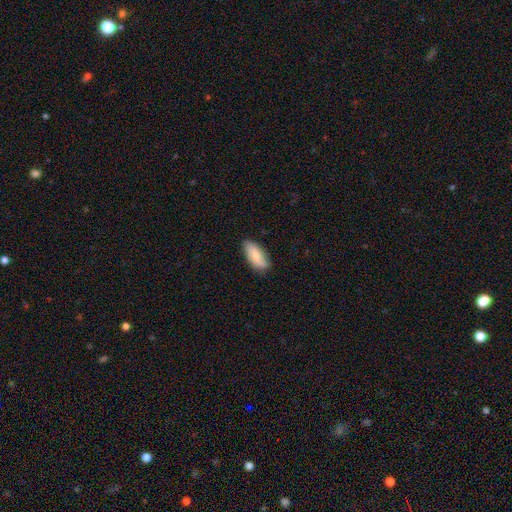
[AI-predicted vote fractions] A smooth galaxy with no disk features (71%) that is in between round and cigar-shaped (86%). Merging: none (79%).